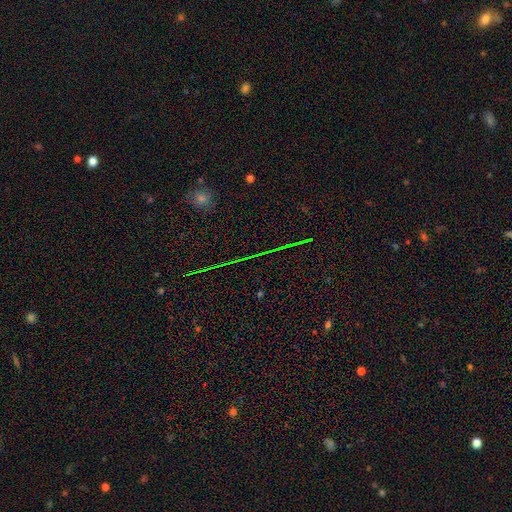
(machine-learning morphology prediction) Overall: star or artifact (75%).